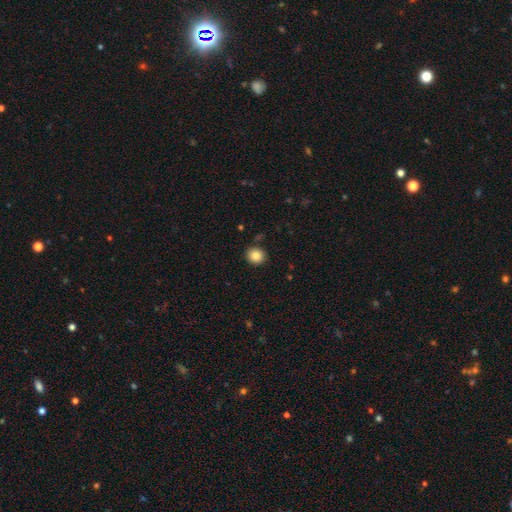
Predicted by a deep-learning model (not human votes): A smooth galaxy with no disk features (86%) that is round (86%).

Vote fractions:
- Smooth or featured? smooth: 86% / star or artifact: 9% / featured or disk: 5%
- How rounded? round: 86% / in between: 13% / cigar-shaped: 1%
- Merging? none: 89% / minor disturbance: 7% / merger: 2% / major disturbance: 2%